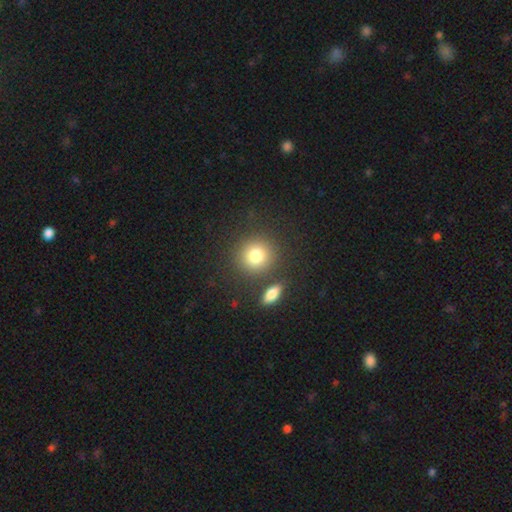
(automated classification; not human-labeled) smooth-or-featured: smooth: 80% | star or artifact: 11% | featured or disk: 9%
  how-rounded: round: 87% | in between: 12% | cigar-shaped: 1%
  merging: none: 79% | merger: 10% | minor disturbance: 8% | major disturbance: 3%